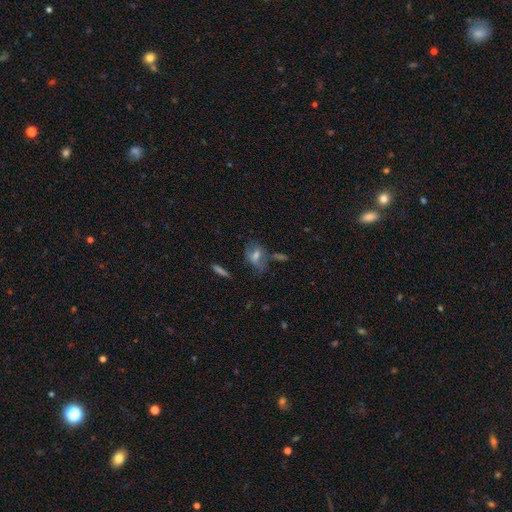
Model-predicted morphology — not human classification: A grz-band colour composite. It shows a smooth galaxy with no disk features (51%) that is in between round and cigar-shaped (75%). Merging: none (49%).